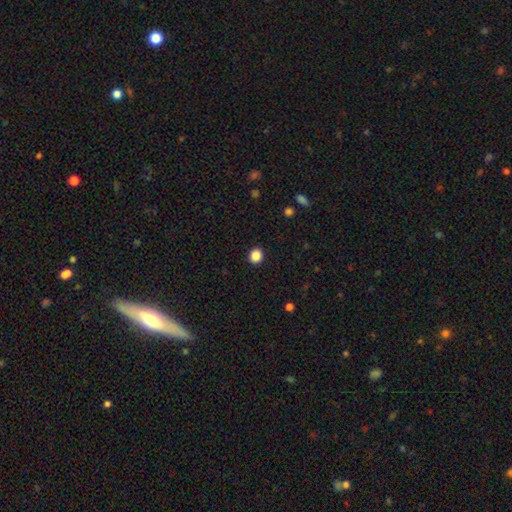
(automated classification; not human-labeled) smooth-or-featured: smooth: 87% | star or artifact: 10% | featured or disk: 3%
  how-rounded: round: 84% | in between: 15% | cigar-shaped: 1%
  merging: none: 93% | minor disturbance: 5% | major disturbance: 2% | merger: 1%